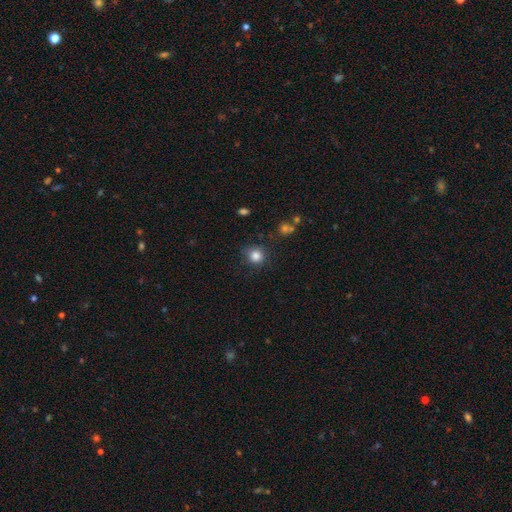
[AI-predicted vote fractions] smooth-or-featured: smooth: 83% | star or artifact: 12% | featured or disk: 5%
  how-rounded: round: 88% | in between: 11% | cigar-shaped: 1%
  merging: none: 81% | minor disturbance: 13% | major disturbance: 4% | merger: 2%